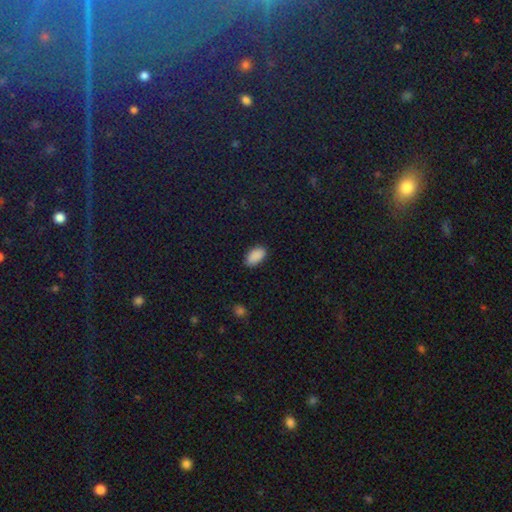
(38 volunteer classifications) Volunteers were most divided on "merging": none: 78%, minor disturbance: 14%, major disturbance: 8%, merger: 0%. More confident: how rounded — in between (97%); smooth or featured — smooth (89%).